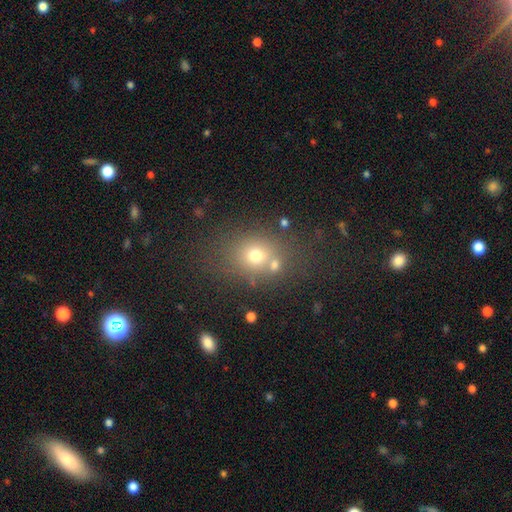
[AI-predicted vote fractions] The model was most divided on "how rounded": round: 59%, in between: 39%, cigar-shaped: 1%. More confident: smooth or featured — smooth (68%); merging — none (65%).